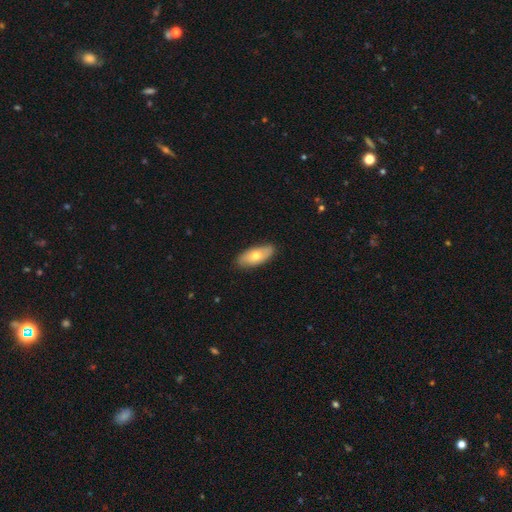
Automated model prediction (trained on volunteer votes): Q: Smooth or featured?
A: smooth (64%); runner-up: featured or disk (30%)
Q: How rounded?
A: in between (88%); runner-up: cigar-shaped (10%)
Q: Merging?
A: none (86%); runner-up: minor disturbance (11%)